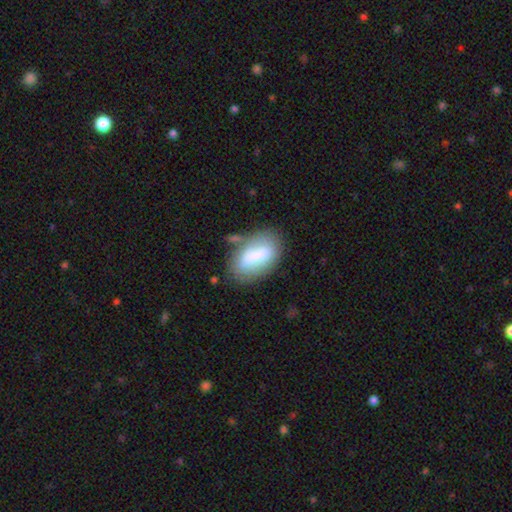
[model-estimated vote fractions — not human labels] Q: Smooth or featured?
A: smooth (72%); runner-up: featured or disk (21%)
Q: How rounded?
A: in between (90%); runner-up: round (5%)
Q: Merging?
A: none (57%); runner-up: minor disturbance (23%)